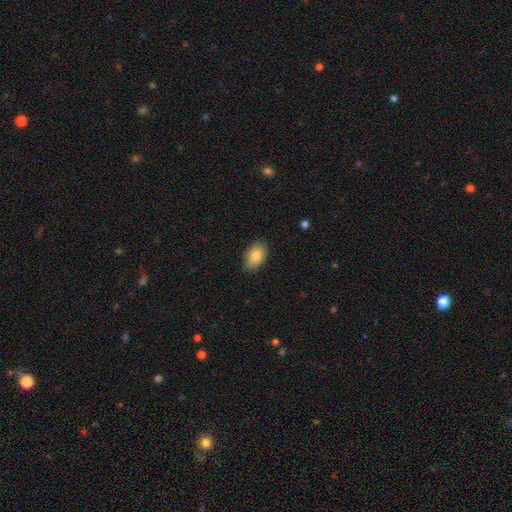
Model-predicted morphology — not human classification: Q: Smooth or featured?
A: smooth (84%); runner-up: featured or disk (9%)
Q: How rounded?
A: in between (91%); runner-up: round (8%)
Q: Merging?
A: none (83%); runner-up: minor disturbance (14%)